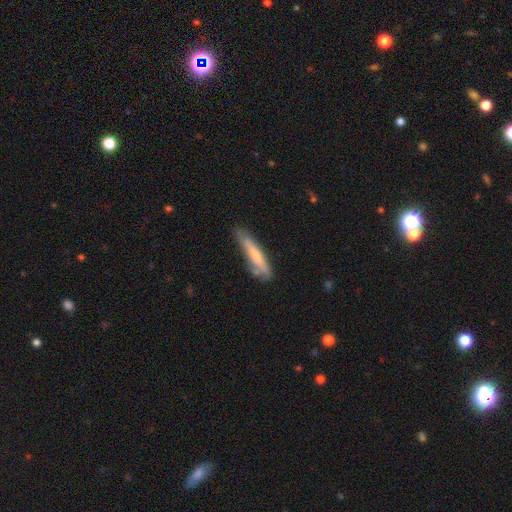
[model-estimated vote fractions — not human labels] Q: Smooth or featured?
A: smooth (62%); runner-up: featured or disk (32%)
Q: How rounded?
A: cigar-shaped (86%); runner-up: in between (12%)
Q: Merging?
A: none (70%); runner-up: minor disturbance (22%)